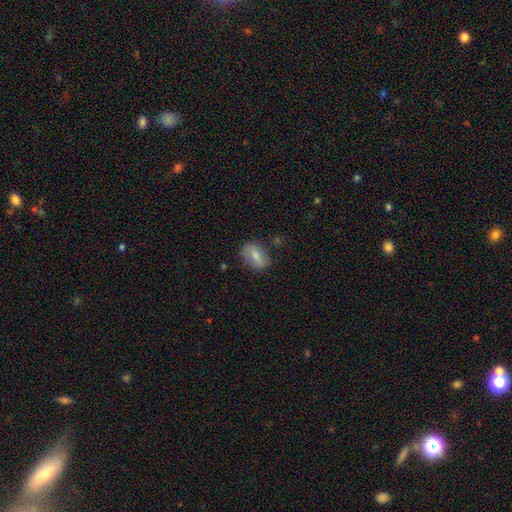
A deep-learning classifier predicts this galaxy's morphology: smooth-or-featured: smooth: 76% | featured or disk: 17% | star or artifact: 7%
  how-rounded: in between: 84% | round: 12% | cigar-shaped: 4%
  merging: none: 74% | minor disturbance: 19% | major disturbance: 5% | merger: 3%